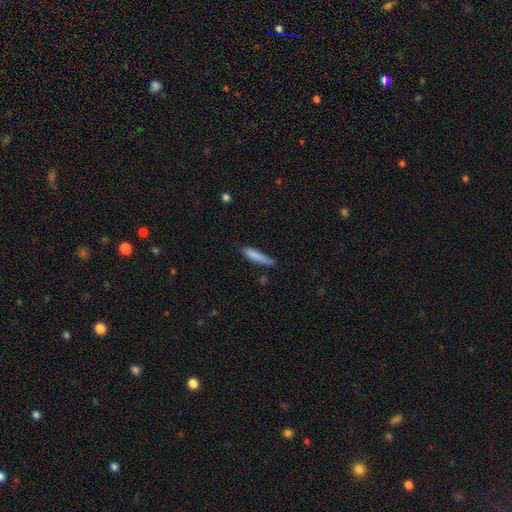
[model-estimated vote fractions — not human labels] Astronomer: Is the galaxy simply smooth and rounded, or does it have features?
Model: smooth — 81%.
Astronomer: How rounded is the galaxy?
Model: cigar-shaped — 88%.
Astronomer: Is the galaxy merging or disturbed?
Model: none — 73%.